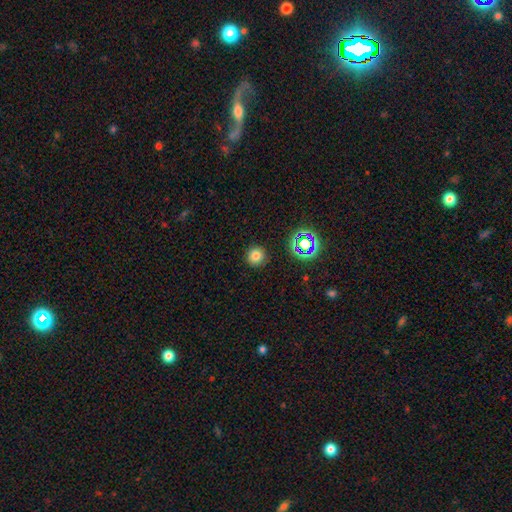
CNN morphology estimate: Q: Smooth or featured?
A: smooth (75%); runner-up: star or artifact (18%)
Q: How rounded?
A: round (95%); runner-up: in between (4%)
Q: Merging?
A: none (90%); runner-up: minor disturbance (6%)